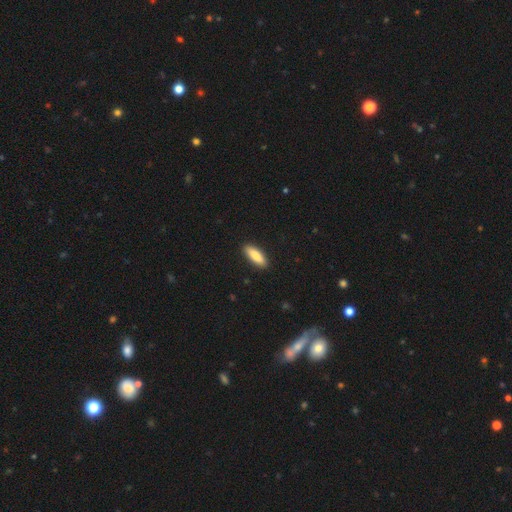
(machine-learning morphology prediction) type=smooth (83%); roundness=in between (59%); merging=none (91%).